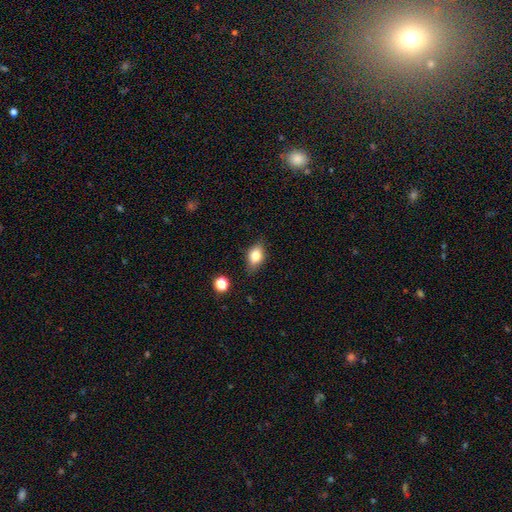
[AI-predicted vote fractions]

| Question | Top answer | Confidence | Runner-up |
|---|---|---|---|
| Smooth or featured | smooth | 77% | featured or disk (13%) |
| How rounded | in between | 78% | round (19%) |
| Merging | none | 81% | minor disturbance (14%) |